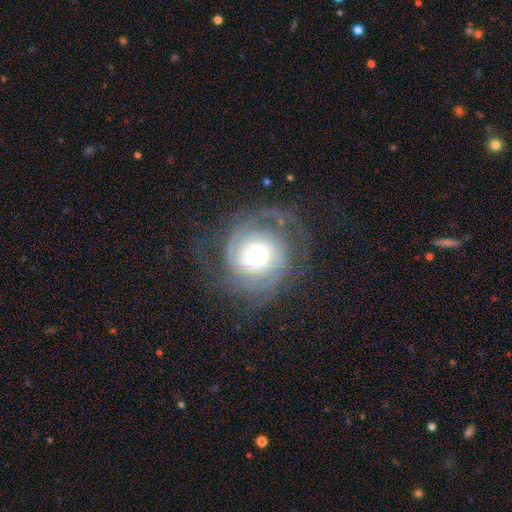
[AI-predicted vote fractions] Morphology: type=featured or disk (86%); edge-on=no (98%); bar=no (74%); spiral arms=yes (97%); winding=tight (62%); arm count=2 (51%); bulge=moderate (35%, tied with large); merging=none (71%).